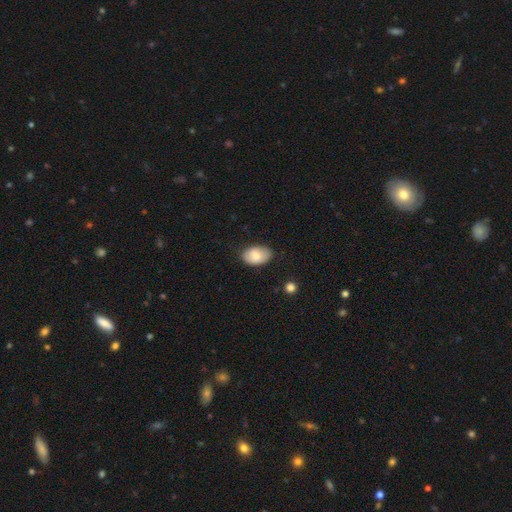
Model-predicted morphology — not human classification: Overall: smooth (78%). How rounded: in between (90%). Merging: none (79%).